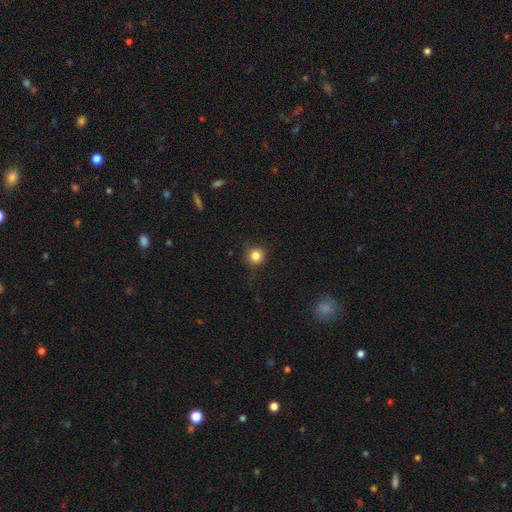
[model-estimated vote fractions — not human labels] Morphology: type=smooth (84%); roundness=round (92%); merging=none (83%).